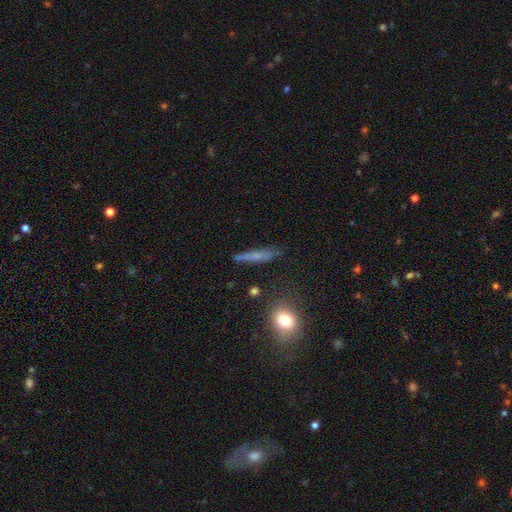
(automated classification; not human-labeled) Smooth or featured? Predicted: smooth (p=0.51). How rounded? Predicted: cigar-shaped (p=0.85). Merging? Predicted: none (p=0.77).